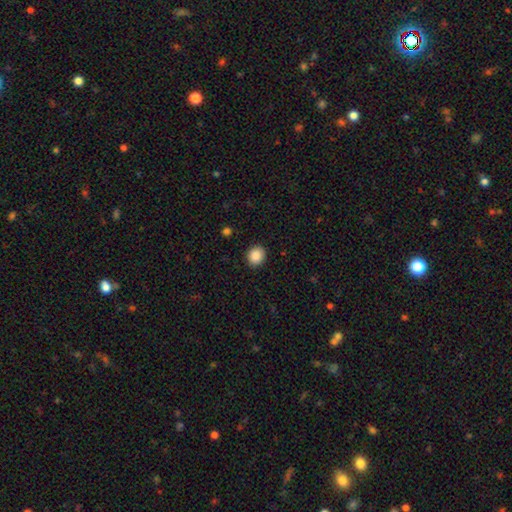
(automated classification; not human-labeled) Smooth or featured? smooth (88%)
How rounded? round (75%)
Merging? none (91%)